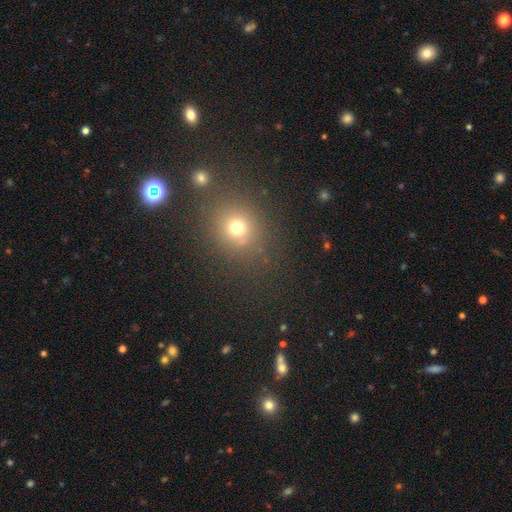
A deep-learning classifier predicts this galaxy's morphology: Smooth or featured?
  - smooth: 56% *
  - star or artifact: 36%
  - featured or disk: 8%
How rounded?
  - round: 69% *
  - in between: 29%
  - cigar-shaped: 2%
Merging?
  - none: 86% *
  - minor disturbance: 8%
  - major disturbance: 3%
  - merger: 3%